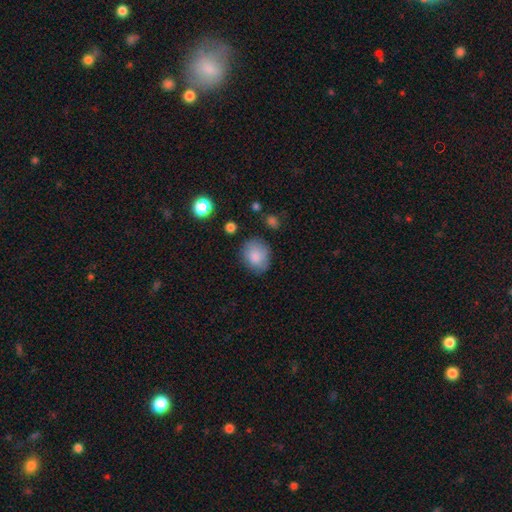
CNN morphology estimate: A smooth galaxy with no disk features (83%) that is round (62%). Merging: none (73%).